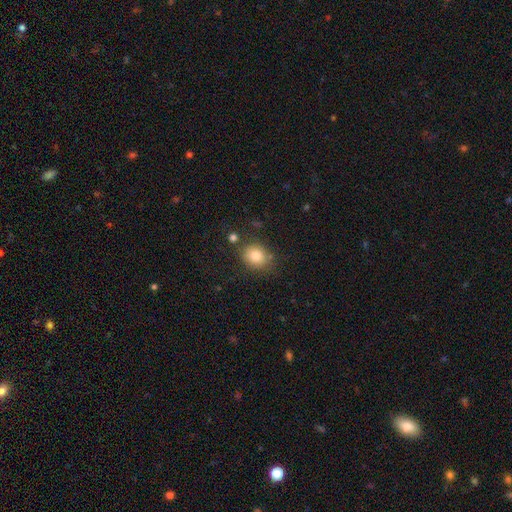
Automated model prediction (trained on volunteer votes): The model was most divided on "how rounded": round: 56%, in between: 43%, cigar-shaped: 1%. More confident: smooth or featured — smooth (82%); merging — none (76%).